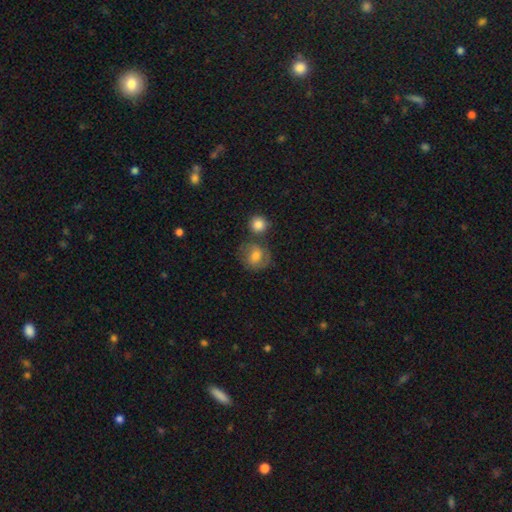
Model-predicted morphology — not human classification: smooth 62%, featured or disk 30%, star or artifact 8%. Down the decision tree: how rounded — round (78%); merging — none (59%).